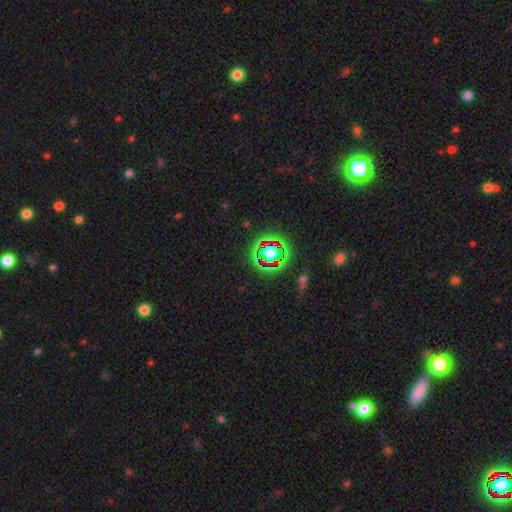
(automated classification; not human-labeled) star or artifact 77%, smooth 13%, featured or disk 9%.